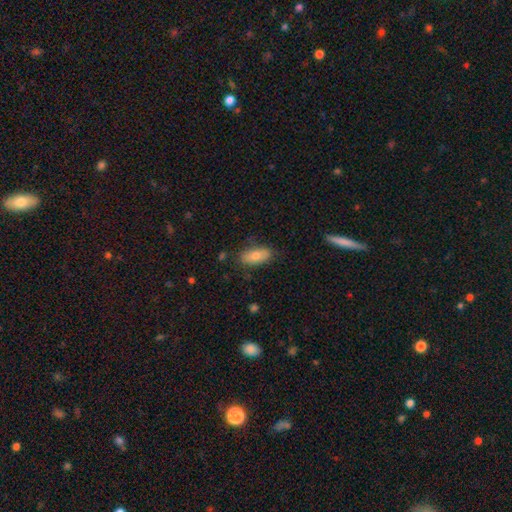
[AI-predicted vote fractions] A smooth galaxy with no disk features (75%) that is in between round and cigar-shaped (85%).

Vote fractions:
- Smooth or featured? smooth: 75% / featured or disk: 17% / star or artifact: 8%
- How rounded? in between: 85% / cigar-shaped: 12% / round: 3%
- Merging? none: 82% / minor disturbance: 14% / major disturbance: 3% / merger: 2%